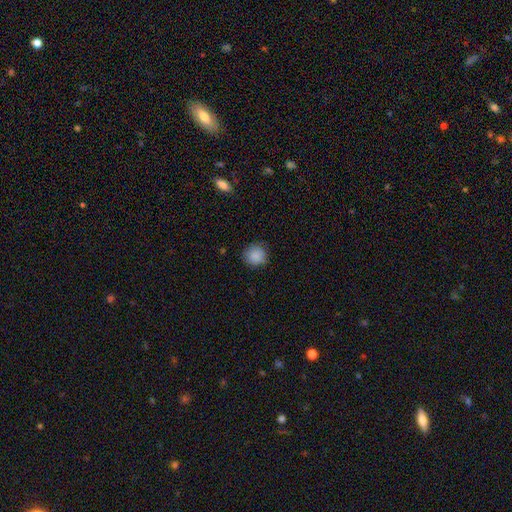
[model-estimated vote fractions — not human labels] This appears to be a smooth galaxy with no disk features (88%) that is round (91%). Merging: none (85%).